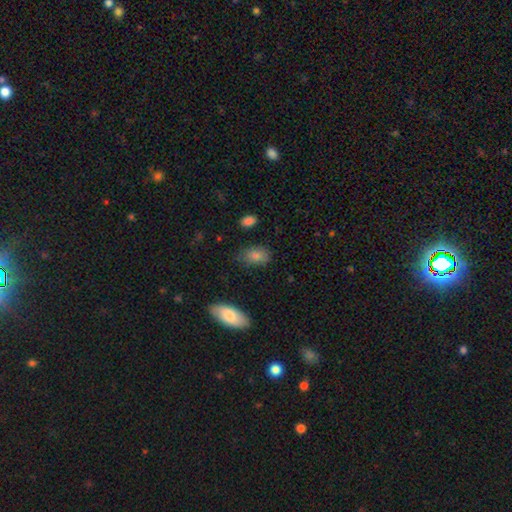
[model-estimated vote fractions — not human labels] This is clearly a smooth galaxy (82%). How rounded: clearly in between (89%). Merging: likely none (76%).